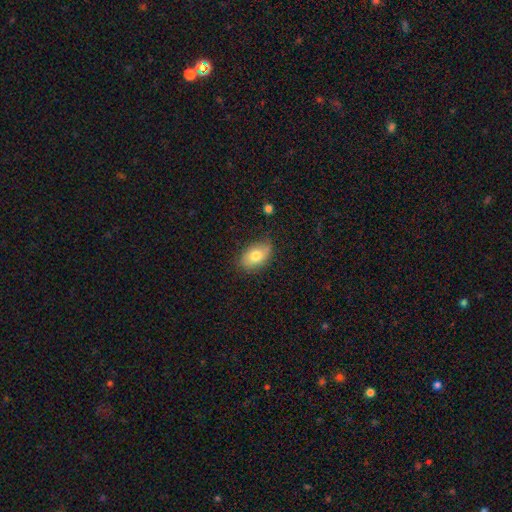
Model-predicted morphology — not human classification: smooth_or_featured: smooth (p=0.75) [alt: featured or disk p=0.17]
how_rounded: in between (p=0.88) [alt: round p=0.10]
merging: none (p=0.73) [alt: minor disturbance p=0.21]